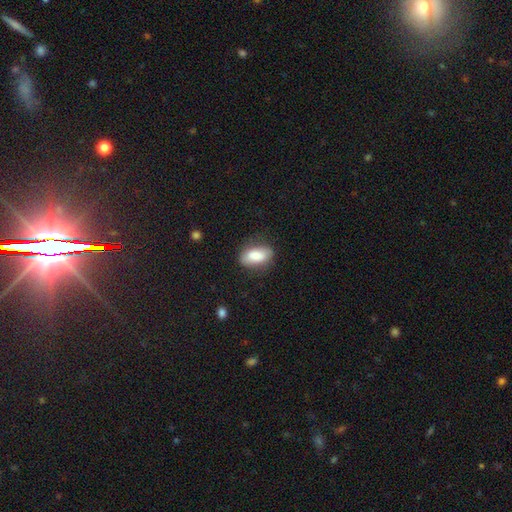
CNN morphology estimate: Smooth or featured: smooth — 82% (featured or disk — 11%)
How rounded: in between — 89% (cigar-shaped — 6%)
Merging: none — 76% (minor disturbance — 17%)